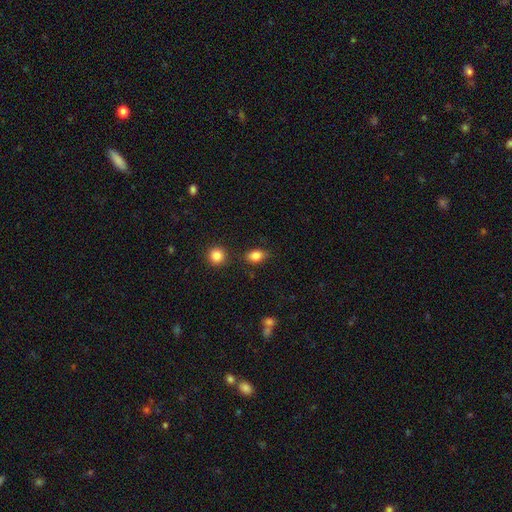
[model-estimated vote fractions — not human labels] Smooth or featured? Predicted: smooth (p=0.84). How rounded? Predicted: in between (p=0.76). Merging? Predicted: none (p=0.79).